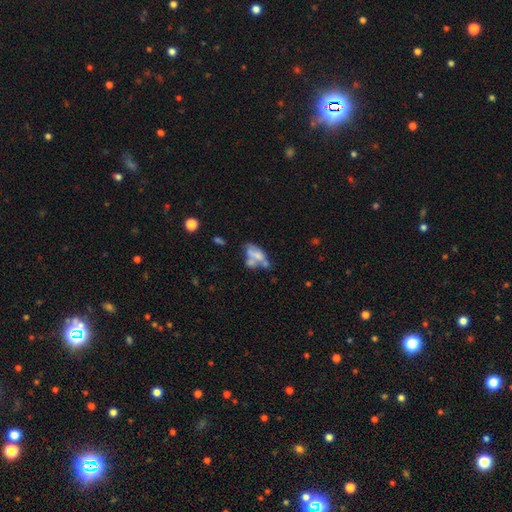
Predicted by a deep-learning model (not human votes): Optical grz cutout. It shows a smooth galaxy with no disk features (45%). Merging: merger (45%).